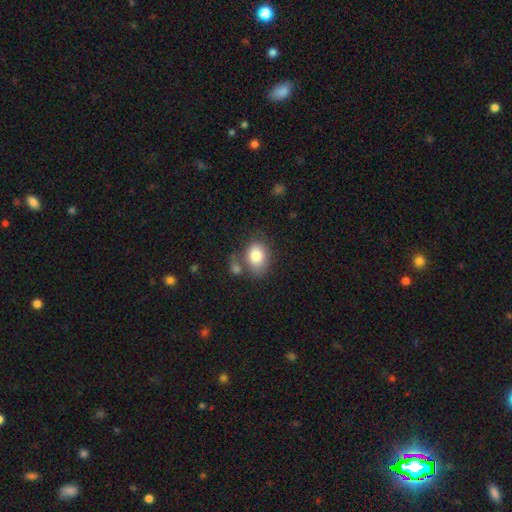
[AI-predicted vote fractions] Smooth or featured: smooth — 82% (featured or disk — 10%)
How rounded: in between — 64% (round — 35%)
Merging: none — 55% (minor disturbance — 19%)